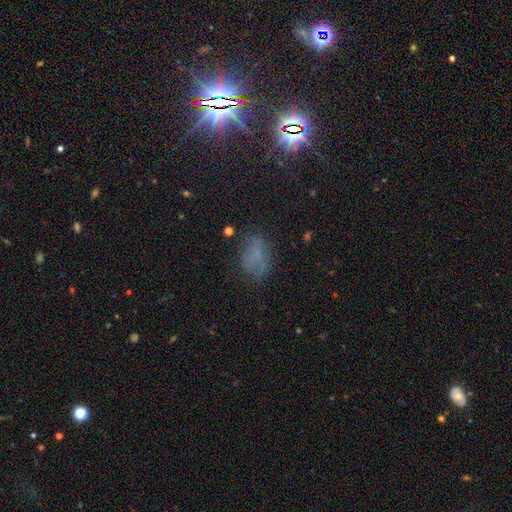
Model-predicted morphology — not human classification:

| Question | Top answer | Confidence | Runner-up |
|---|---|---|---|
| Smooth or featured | smooth | 43% | star or artifact (31%) |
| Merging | none | 56% | minor disturbance (23%) |